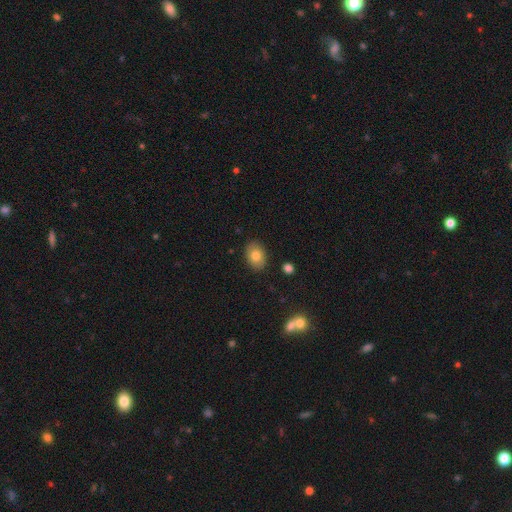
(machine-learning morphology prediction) Q: Smooth or featured?
A: smooth (78%); runner-up: featured or disk (14%)
Q: How rounded?
A: in between (76%); runner-up: round (23%)
Q: Merging?
A: none (87%); runner-up: minor disturbance (9%)